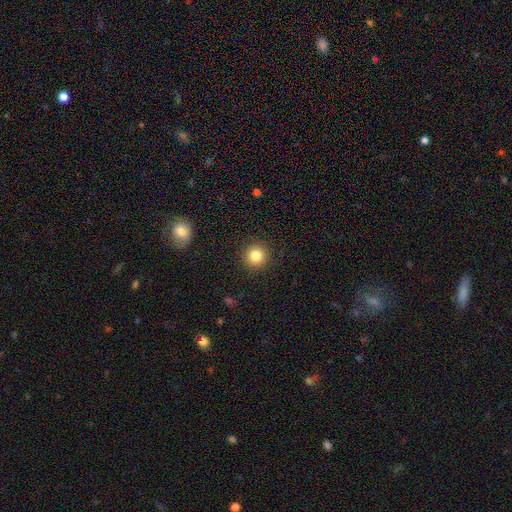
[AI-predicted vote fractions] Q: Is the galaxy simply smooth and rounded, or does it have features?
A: smooth — 84%.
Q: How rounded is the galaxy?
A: round — 93%.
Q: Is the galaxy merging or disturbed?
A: none — 91%.